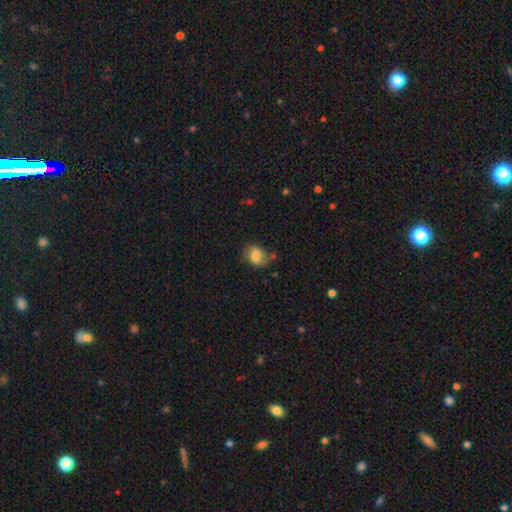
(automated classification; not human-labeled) This is likely a smooth galaxy (77%). How rounded: likely in between (64%). Merging: likely none (63%).